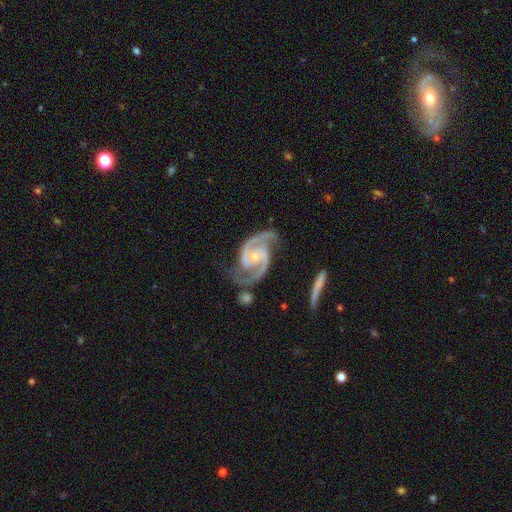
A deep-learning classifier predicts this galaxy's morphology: The model was most divided on "bar": no: 55%, weak: 33%, strong: 13%. More confident: spiral arms — yes (99%); edge-on disk — no (98%); smooth or featured — featured or disk (94%); spiral arm count — 2 (93%); merging — none (72%); bulge size — small (68%); spiral winding — medium (63%).